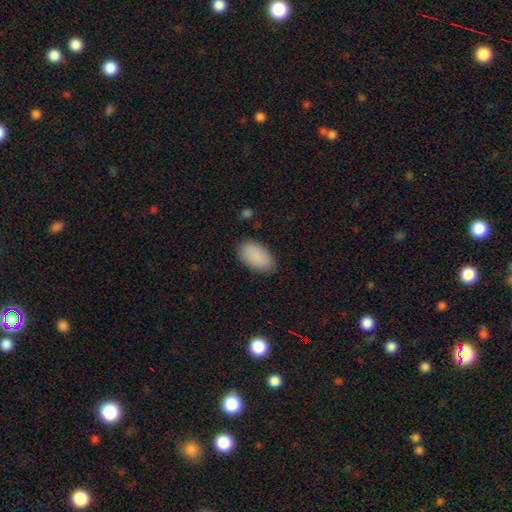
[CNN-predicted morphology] smooth-or-featured: smooth: 89% | star or artifact: 7% | featured or disk: 5%
  how-rounded: in between: 94% | round: 4% | cigar-shaped: 2%
  merging: none: 84% | minor disturbance: 12% | major disturbance: 3% | merger: 1%